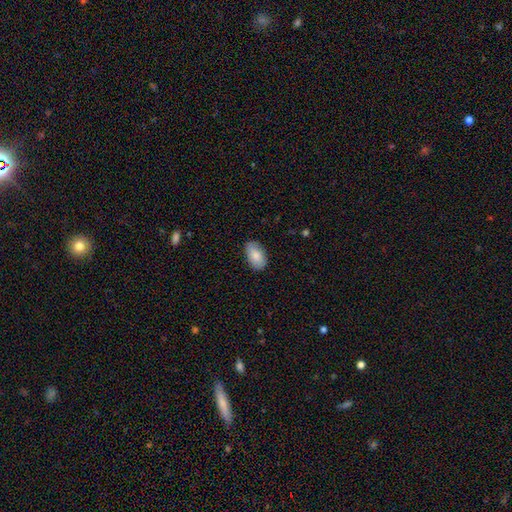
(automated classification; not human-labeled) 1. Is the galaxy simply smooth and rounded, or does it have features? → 83% smooth, 11% featured or disk, 6% star or artifact.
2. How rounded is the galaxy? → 94% in between, 5% round, 1% cigar-shaped.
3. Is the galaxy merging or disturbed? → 84% none, 12% minor disturbance, 2% major disturbance, 1% merger.